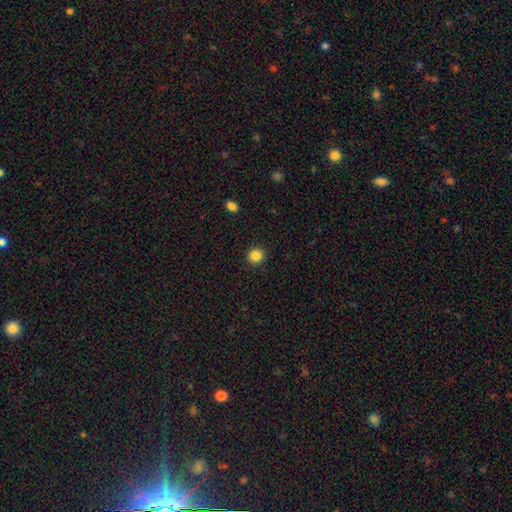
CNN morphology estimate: smooth_or_featured: smooth (p=0.85) [alt: star or artifact p=0.11]
how_rounded: round (p=0.93) [alt: in between p=0.06]
merging: none (p=0.93) [alt: minor disturbance p=0.05]